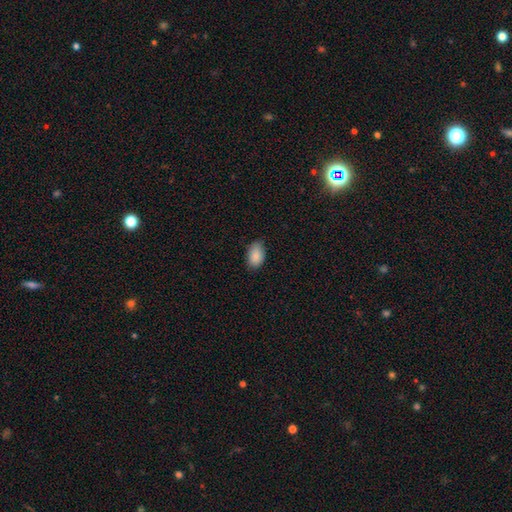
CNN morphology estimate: smooth 88%, star or artifact 7%, featured or disk 5%. Down the decision tree: how rounded — in between (91%); merging — none (79%).